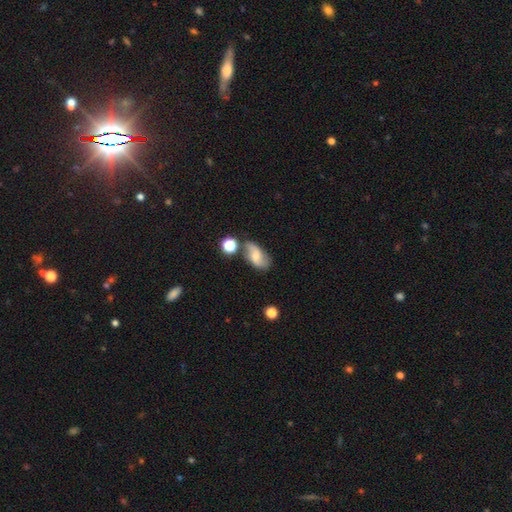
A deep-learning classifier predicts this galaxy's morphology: A featured or disk galaxy (47%).

Vote fractions:
- Smooth or featured? featured or disk: 47% / smooth: 43% / star or artifact: 10%
- Merging? none: 59% / minor disturbance: 22% / merger: 12% / major disturbance: 7%